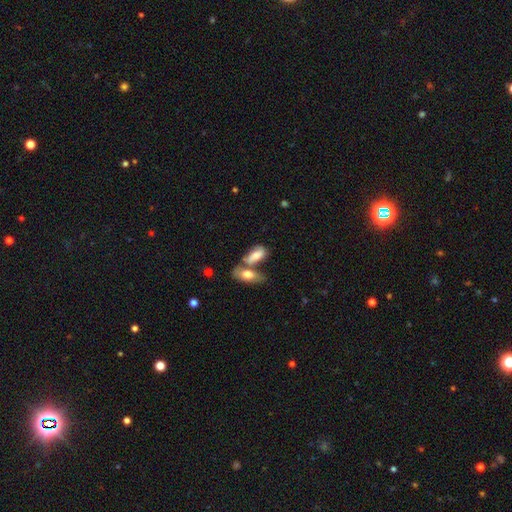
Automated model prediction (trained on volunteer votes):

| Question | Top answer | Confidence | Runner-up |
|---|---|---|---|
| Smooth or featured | smooth | 67% | featured or disk (26%) |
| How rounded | in between | 84% | cigar-shaped (12%) |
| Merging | merger | 55% | none (28%) |